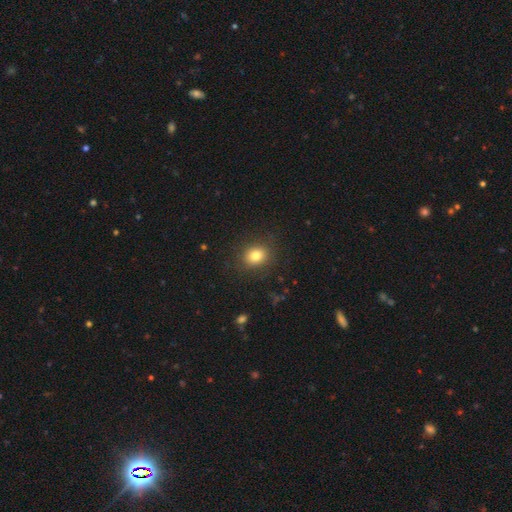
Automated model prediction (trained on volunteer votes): Overall: smooth (81%). How rounded: round (65%; in between 34%). Merging: none (87%).